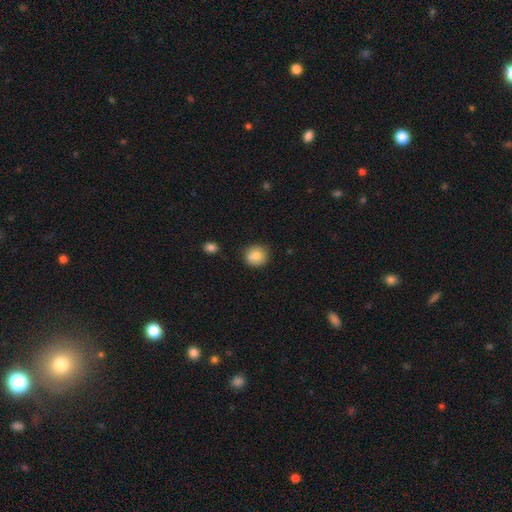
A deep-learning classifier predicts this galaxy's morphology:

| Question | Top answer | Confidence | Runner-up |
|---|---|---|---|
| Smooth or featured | smooth | 77% | featured or disk (13%) |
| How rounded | round | 87% | in between (12%) |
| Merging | none | 74% | minor disturbance (14%) |